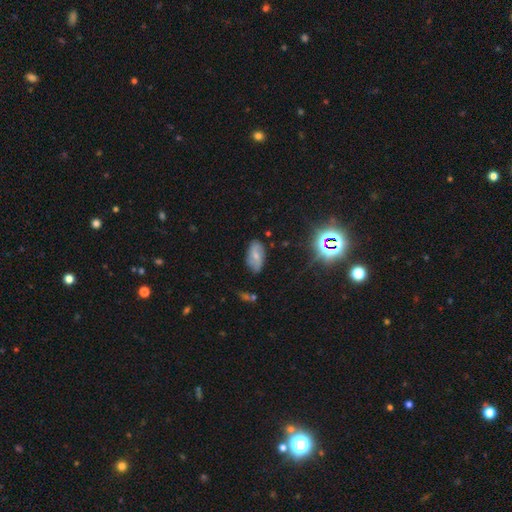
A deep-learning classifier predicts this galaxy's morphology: Smooth or featured? smooth (43%, tied with featured or disk)
Merging? none (74%)